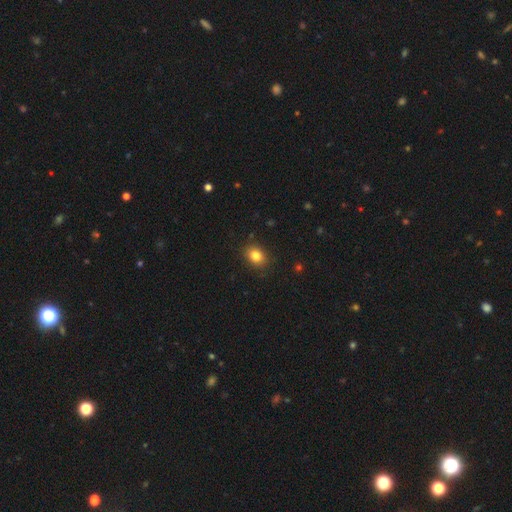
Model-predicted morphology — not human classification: Q: Smooth or featured?
A: smooth (83%); runner-up: star or artifact (10%)
Q: How rounded?
A: in between (57%); runner-up: round (42%)
Q: Merging?
A: none (87%); runner-up: minor disturbance (9%)